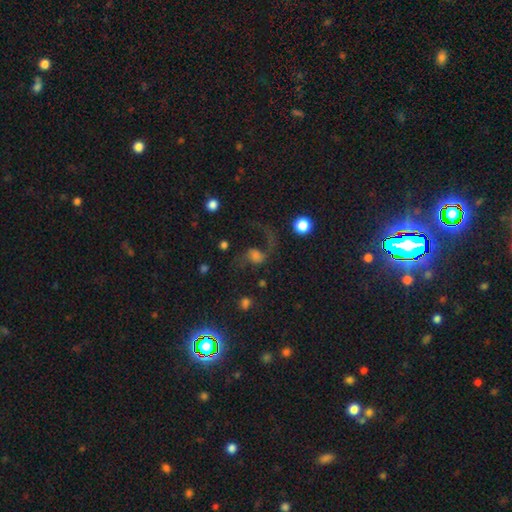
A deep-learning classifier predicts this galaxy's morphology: This appears to be a featured or disk galaxy (44%). Merging: none (42%).